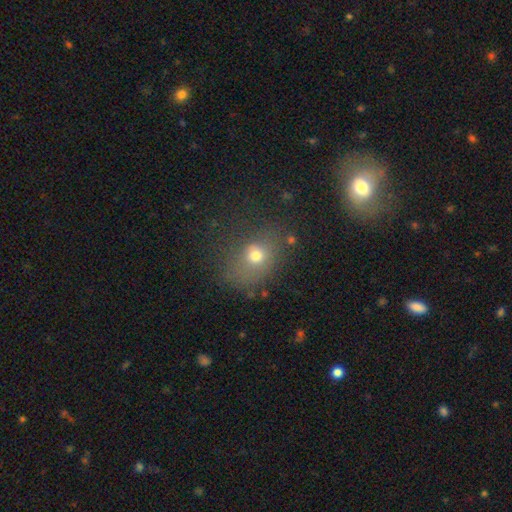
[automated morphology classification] This appears to be a smooth galaxy with no disk features (69%) that is round (50%). Merging: none (59%).